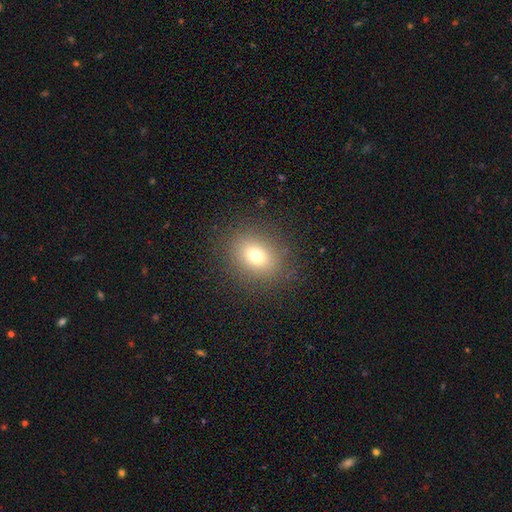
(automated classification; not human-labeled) Overall: smooth (72%). How rounded: round (54%; in between 44%). Merging: none (86%).